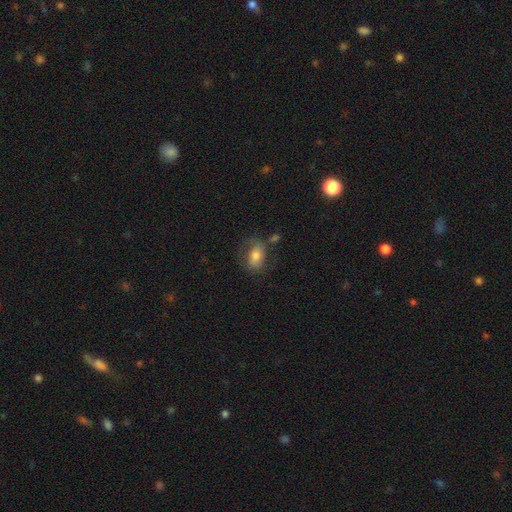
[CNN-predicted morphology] The model was most divided on "merging": none: 59%, minor disturbance: 22%, major disturbance: 13%, merger: 6%. More confident: how rounded — in between (82%); smooth or featured — smooth (65%).